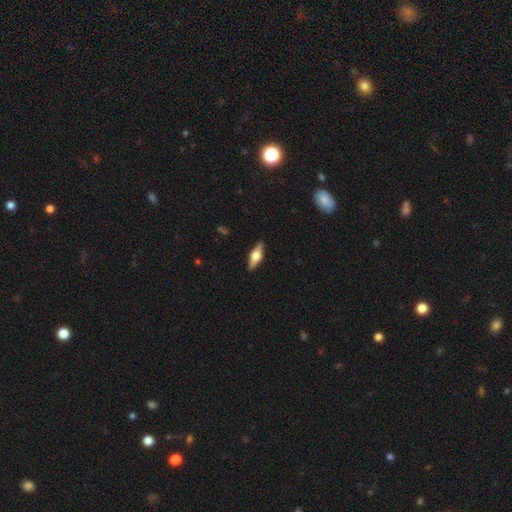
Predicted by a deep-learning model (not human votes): Smooth or featured: featured or disk — 55% (smooth — 39%)
Edge-on disk: yes — 93% (no — 7%)
Edge-on bulge: rounded — 94% (boxy — 5%)
Merging: none — 89% (minor disturbance — 8%)